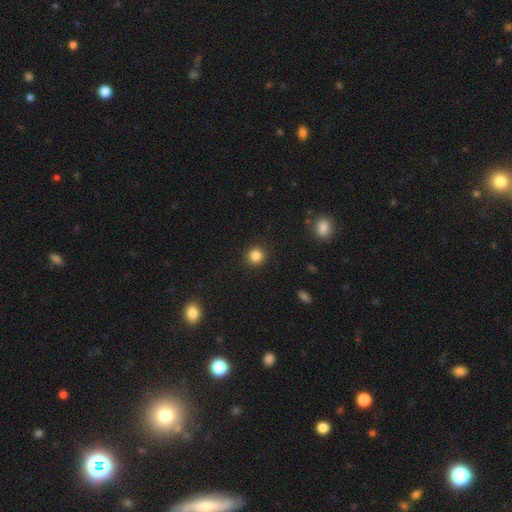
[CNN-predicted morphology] type=smooth (84%); roundness=round (92%); merging=none (91%).